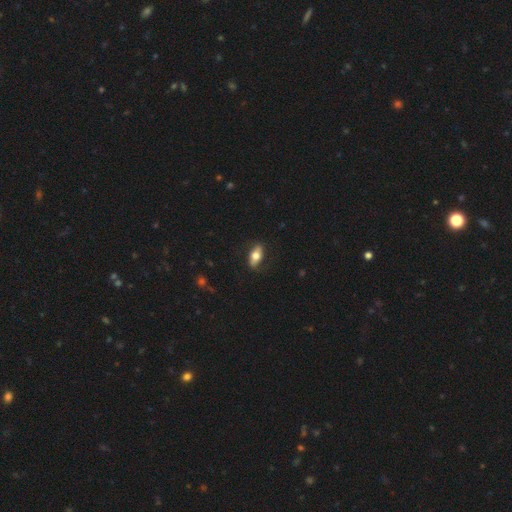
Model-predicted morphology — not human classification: Smooth or featured?
  - smooth: 64% *
  - featured or disk: 30%
  - star or artifact: 6%
How rounded?
  - in between: 81% *
  - cigar-shaped: 14%
  - round: 5%
Merging?
  - none: 82% *
  - minor disturbance: 13%
  - major disturbance: 4%
  - merger: 1%